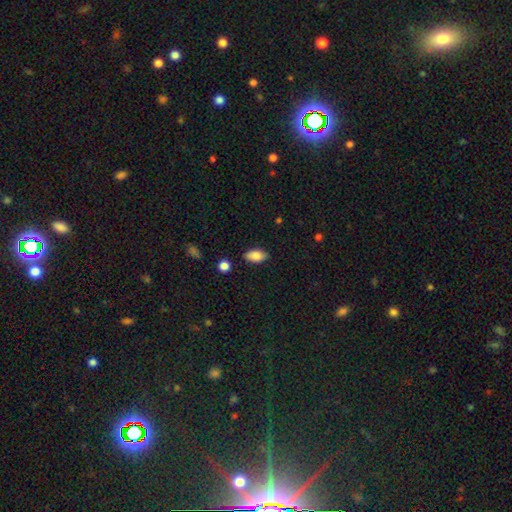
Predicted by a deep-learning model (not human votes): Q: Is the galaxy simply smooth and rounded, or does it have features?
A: smooth — 85%.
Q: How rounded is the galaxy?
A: in between — 92%.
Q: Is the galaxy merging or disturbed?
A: none — 85%.